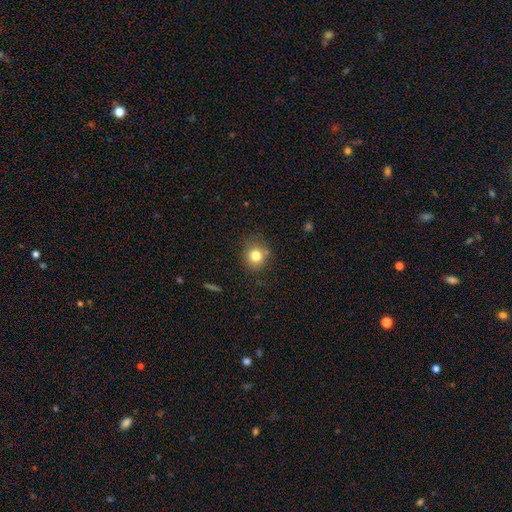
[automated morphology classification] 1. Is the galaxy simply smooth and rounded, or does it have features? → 79% smooth, 12% star or artifact, 9% featured or disk.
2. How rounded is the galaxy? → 85% round, 14% in between, 1% cigar-shaped.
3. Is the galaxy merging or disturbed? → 79% none, 14% minor disturbance, 4% major disturbance, 3% merger.